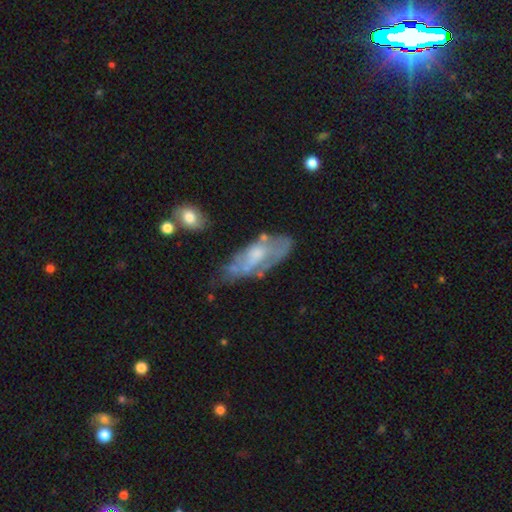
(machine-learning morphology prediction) Q: Smooth or featured?
A: featured or disk (58%); runner-up: smooth (35%)
Q: Edge-on disk?
A: no (86%); runner-up: yes (14%)
Q: Merging?
A: none (42%); runner-up: minor disturbance (31%)